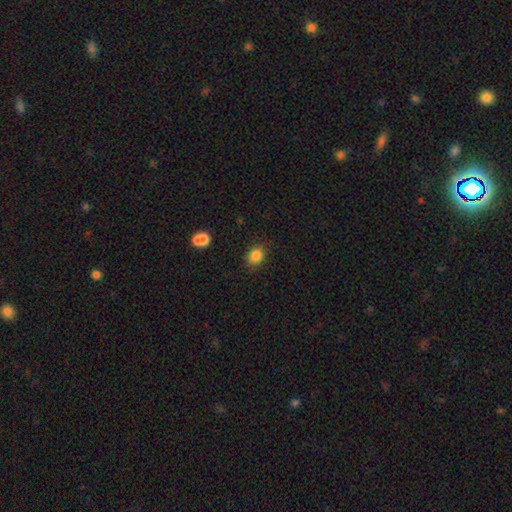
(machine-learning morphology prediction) This is clearly a smooth galaxy (85%). How rounded: likely round (60%). Merging: clearly none (85%).